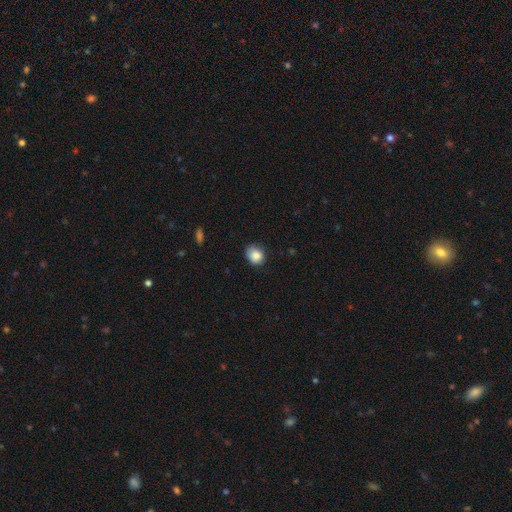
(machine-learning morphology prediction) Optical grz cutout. It shows a smooth galaxy with no disk features (85%) that is round (63%). Merging: none (69%).